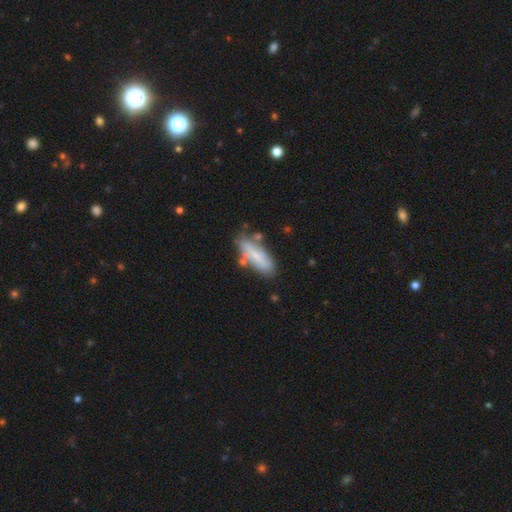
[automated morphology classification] A smooth galaxy with no disk features (64%) that is in between round and cigar-shaped (57%). Merging: none (63%).